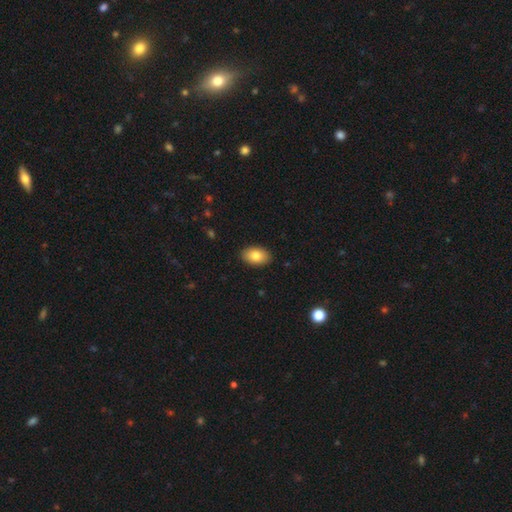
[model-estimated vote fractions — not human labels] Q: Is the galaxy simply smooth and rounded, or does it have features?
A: smooth — 83%.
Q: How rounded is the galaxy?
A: in between — 91%.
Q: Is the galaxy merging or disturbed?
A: none — 90%.